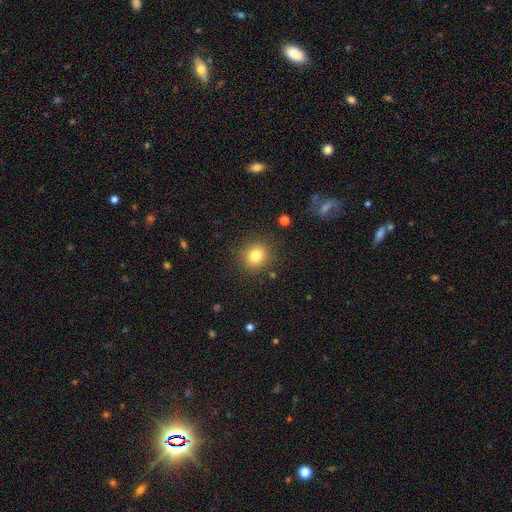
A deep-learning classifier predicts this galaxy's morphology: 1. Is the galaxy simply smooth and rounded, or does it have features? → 80% smooth, 12% star or artifact, 8% featured or disk.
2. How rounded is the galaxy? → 85% round, 14% in between, 1% cigar-shaped.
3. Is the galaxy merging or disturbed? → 88% none, 8% minor disturbance, 3% major disturbance, 2% merger.